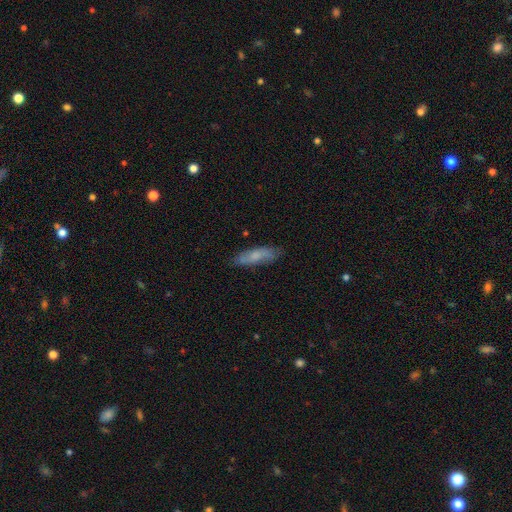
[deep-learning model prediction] Overall: smooth (65%; featured or disk 28%). How rounded: cigar-shaped (55%; in between 43%). Merging: none (78%).